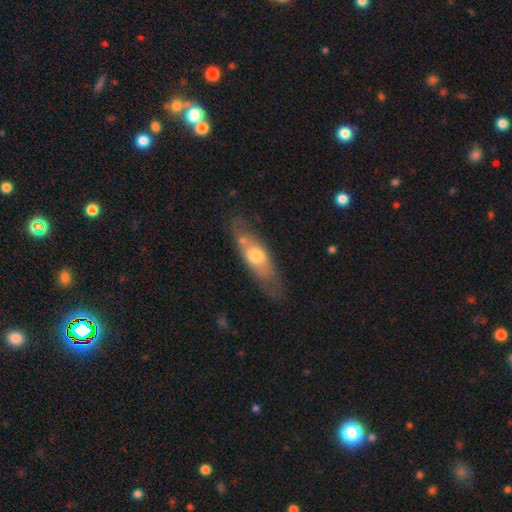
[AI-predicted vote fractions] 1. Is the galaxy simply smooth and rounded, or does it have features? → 53% smooth, 40% featured or disk, 6% star or artifact.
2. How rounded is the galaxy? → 53% in between, 44% cigar-shaped, 3% round.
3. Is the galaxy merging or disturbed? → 69% none, 19% minor disturbance, 7% major disturbance, 6% merger.